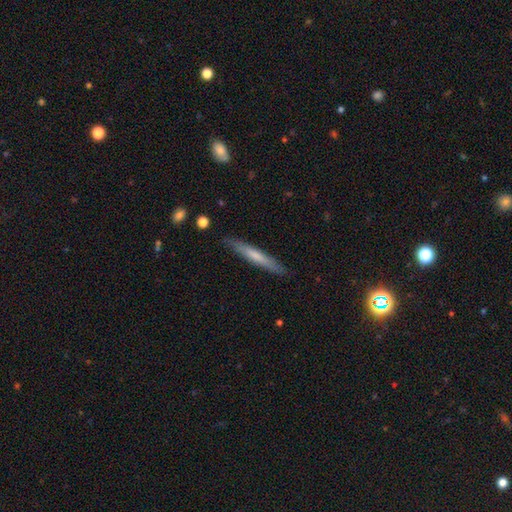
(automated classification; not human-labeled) The model was most divided on "smooth or featured": smooth: 59%, featured or disk: 35%, star or artifact: 6%. More confident: how rounded — cigar-shaped (95%); merging — none (88%).